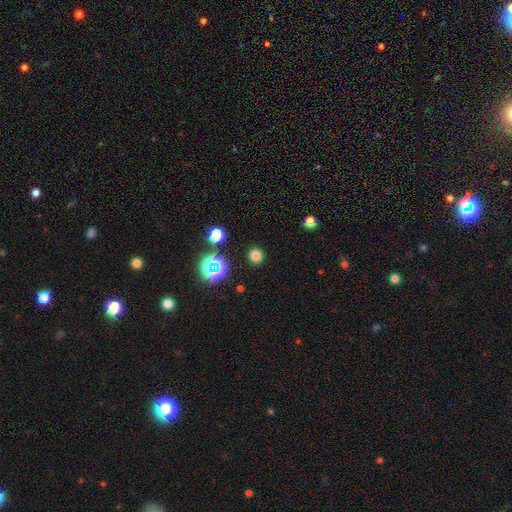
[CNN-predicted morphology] smooth_or_featured: smooth (p=0.75) [alt: star or artifact p=0.20]
how_rounded: round (p=0.91) [alt: in between p=0.08]
merging: none (p=0.91) [alt: minor disturbance p=0.06]